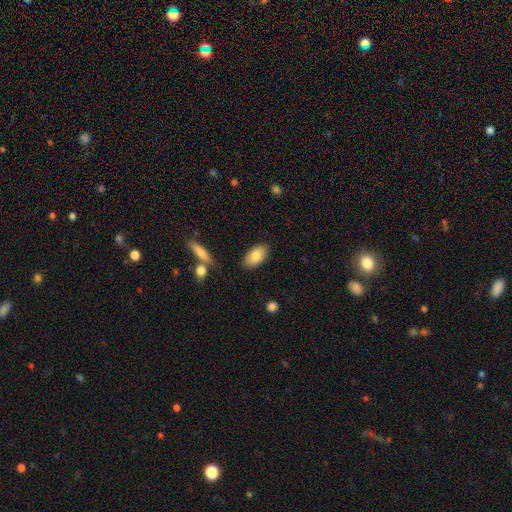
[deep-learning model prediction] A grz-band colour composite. It shows a smooth galaxy with no disk features (82%) that is in between round and cigar-shaped (94%). Merging: none (85%).